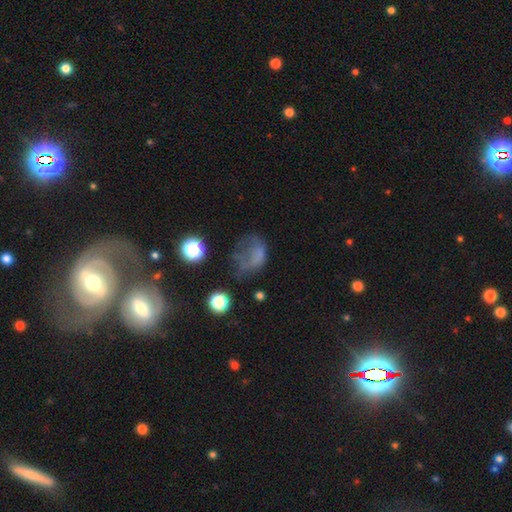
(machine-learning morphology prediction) Smooth or featured? smooth (48%)
Merging? major disturbance (42%)